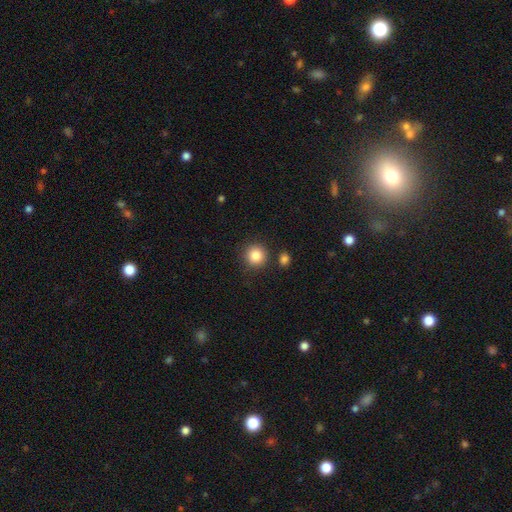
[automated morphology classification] Smooth or featured? Predicted: smooth (p=0.85). How rounded? Predicted: round (p=0.94). Merging? Predicted: none (p=0.85).